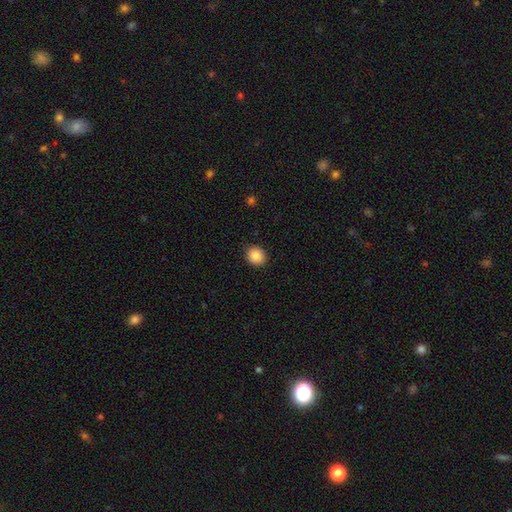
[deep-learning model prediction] Morphology: type=smooth (88%); roundness=round (77%); merging=none (89%).